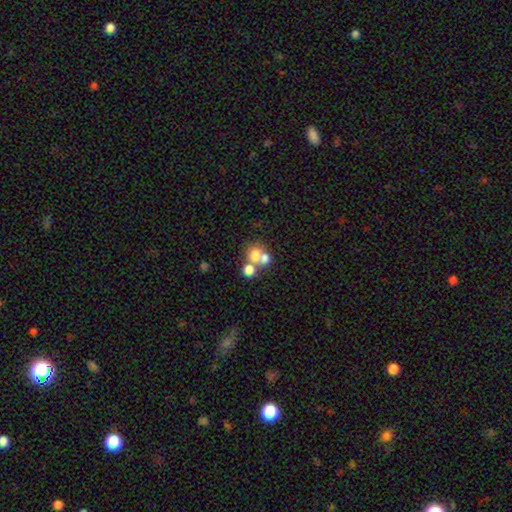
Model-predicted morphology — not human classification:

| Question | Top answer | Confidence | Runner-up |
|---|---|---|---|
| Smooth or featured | smooth | 67% | featured or disk (19%) |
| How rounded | round | 81% | in between (18%) |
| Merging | merger | 51% | none (38%) |